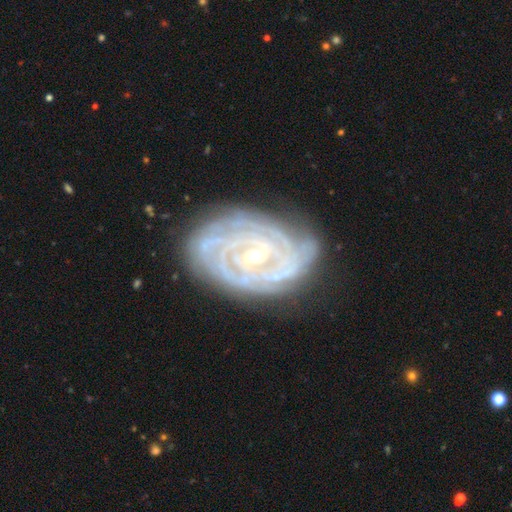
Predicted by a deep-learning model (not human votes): Smooth or featured: featured or disk — 90% (star or artifact — 5%)
Edge-on disk: no — 97% (yes — 3%)
Bar: weak — 40% (no — 38%)
Spiral arms: yes — 98% (no — 2%)
Spiral winding: tight — 82% (medium — 15%)
Spiral arm count: can't tell — 23% (3 — 22%)
Bulge size: small — 66% (moderate — 31%)
Merging: none — 75% (minor disturbance — 18%)